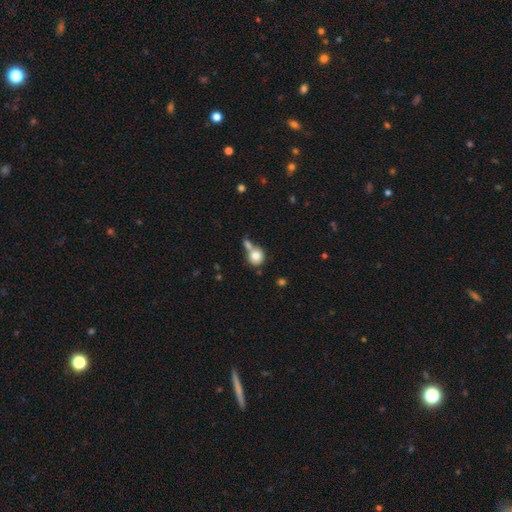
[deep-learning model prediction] The model was most divided on "merging": merger: 44%, none: 40%, minor disturbance: 11%, major disturbance: 5%. More confident: how rounded — round (83%); smooth or featured — smooth (80%).